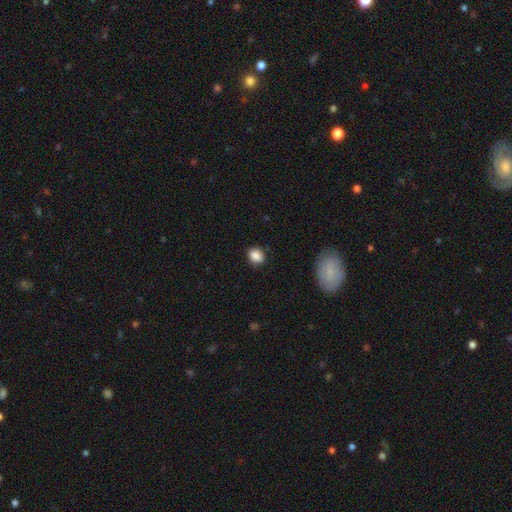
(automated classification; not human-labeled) Smooth or featured? smooth (87%)
How rounded? round (50%)
Merging? none (82%)